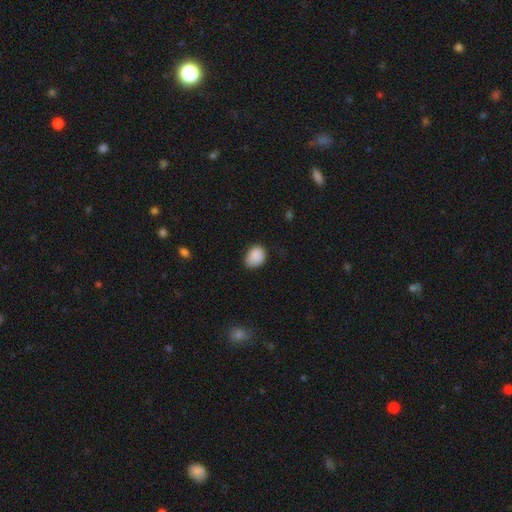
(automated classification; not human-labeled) smooth-or-featured: smooth: 88% | star or artifact: 8% | featured or disk: 4%
  how-rounded: in between: 63% | round: 37% | cigar-shaped: 1%
  merging: none: 66% | minor disturbance: 27% | major disturbance: 5% | merger: 1%